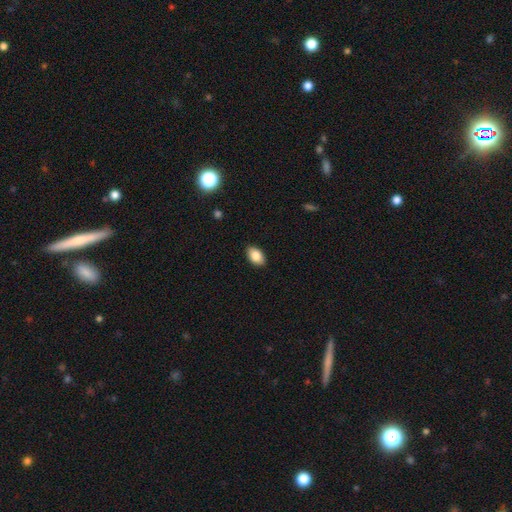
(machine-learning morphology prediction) Overall: smooth (86%). How rounded: in between (90%). Merging: none (88%).